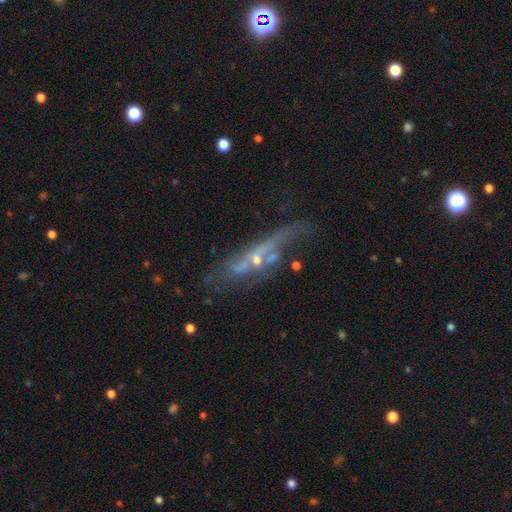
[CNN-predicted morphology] type=featured or disk (61%); edge-on=yes (53%); merging=none (48%).